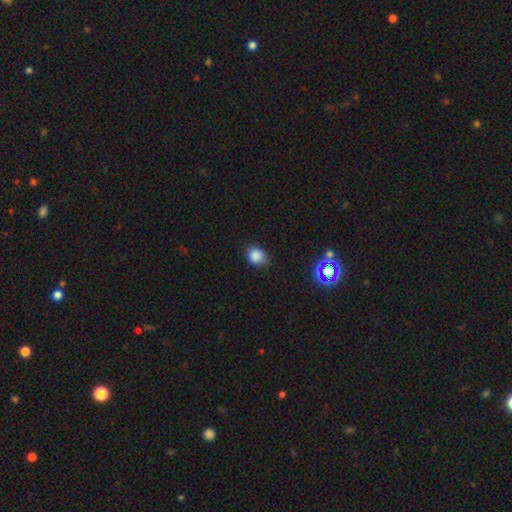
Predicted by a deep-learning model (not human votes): Smooth or featured: smooth — 83% (star or artifact — 12%)
How rounded: round — 64% (in between — 35%)
Merging: none — 76% (minor disturbance — 19%)